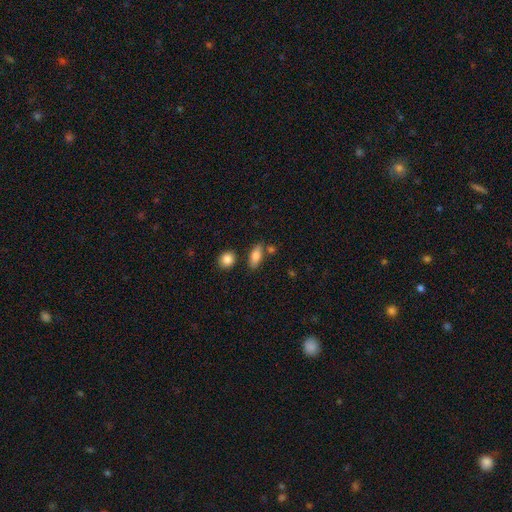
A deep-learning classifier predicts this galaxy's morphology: Q: Smooth or featured?
A: smooth (79%); runner-up: featured or disk (13%)
Q: How rounded?
A: in between (79%); runner-up: cigar-shaped (16%)
Q: Merging?
A: none (72%); runner-up: minor disturbance (14%)